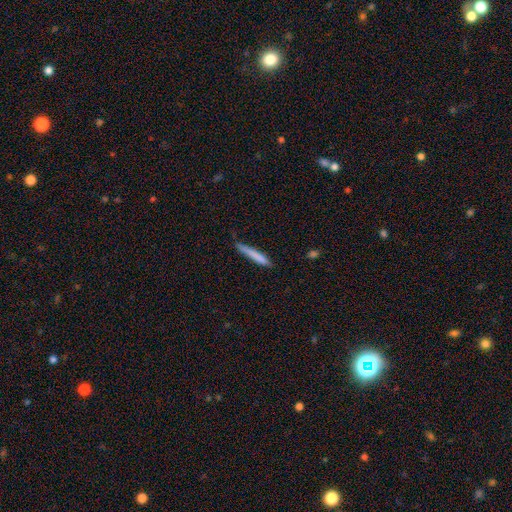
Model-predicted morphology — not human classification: This is likely a smooth galaxy (77%). How rounded: clearly cigar-shaped (95%). Merging: likely none (79%).